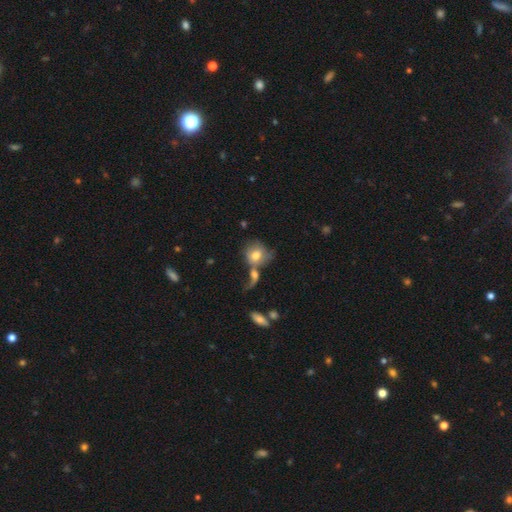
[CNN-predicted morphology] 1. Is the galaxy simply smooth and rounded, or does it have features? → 69% smooth, 23% featured or disk, 8% star or artifact.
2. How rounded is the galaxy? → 66% round, 32% in between, 2% cigar-shaped.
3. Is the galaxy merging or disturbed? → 47% merger, 24% none, 17% major disturbance, 12% minor disturbance.